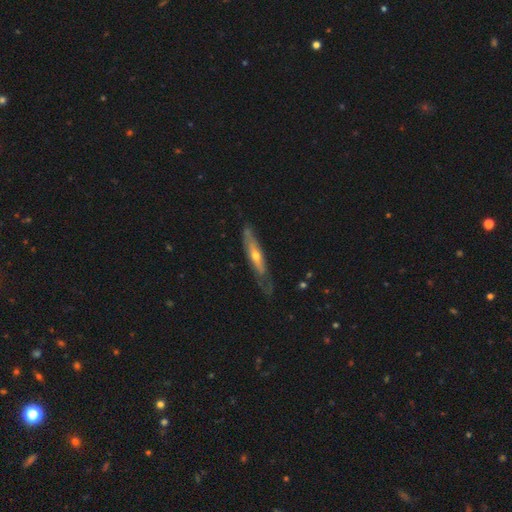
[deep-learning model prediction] smooth_or_featured: featured or disk (p=0.66) [alt: smooth p=0.28]
disk_edge_on: yes (p=0.65) [alt: no p=0.35]
merging: none (p=0.63) [alt: minor disturbance p=0.26]